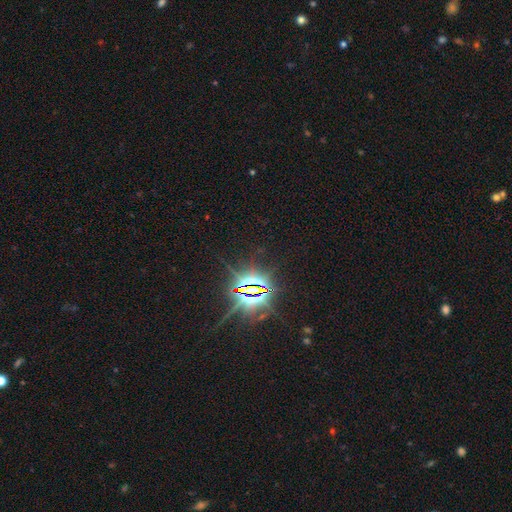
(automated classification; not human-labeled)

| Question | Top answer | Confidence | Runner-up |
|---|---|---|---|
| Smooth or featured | star or artifact | 87% | smooth (8%) |